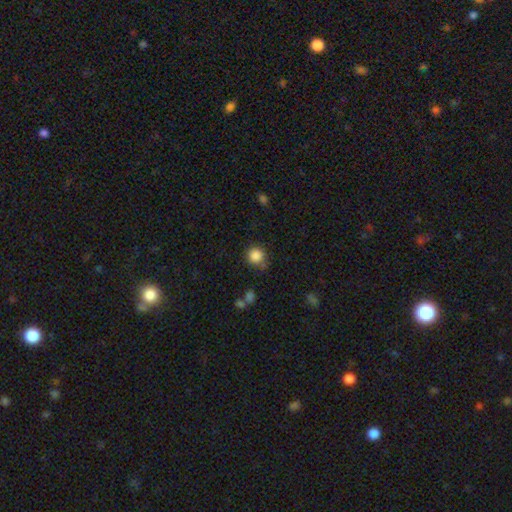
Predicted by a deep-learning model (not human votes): Morphology: type=smooth (86%); roundness=round (92%); merging=none (73%).